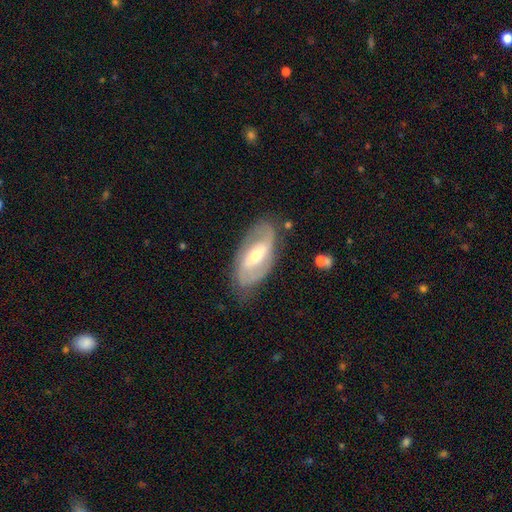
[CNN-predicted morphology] The model was most divided on "bar": weak: 43%, strong: 36%, no: 21%. Remaining: edge-on disk — no (94%); spiral arms — yes (89%); spiral arm count — 2 (81%); smooth or featured — featured or disk (81%); merging — none (74%); bulge size — moderate (56%); spiral winding — medium (44%).